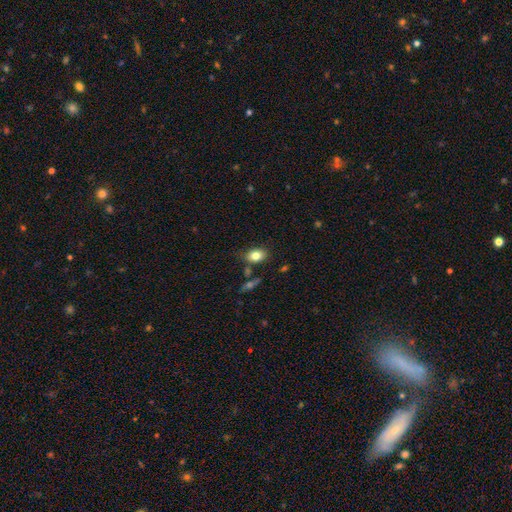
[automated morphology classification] This appears to be a smooth galaxy with no disk features (82%) that is in between round and cigar-shaped (77%). Merging: none (75%).